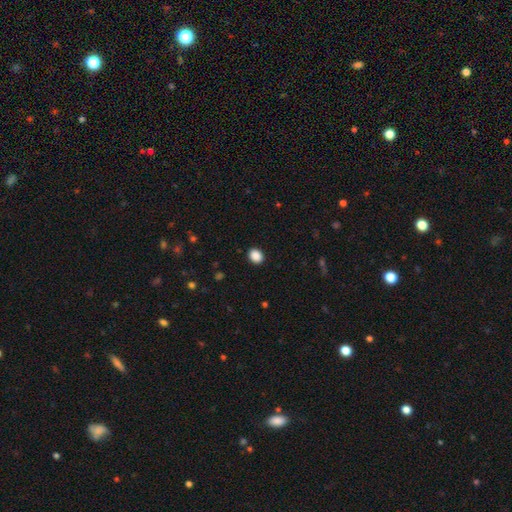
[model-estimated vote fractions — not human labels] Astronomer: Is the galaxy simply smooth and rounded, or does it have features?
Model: smooth — 89%.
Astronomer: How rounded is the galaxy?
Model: round — 51% (runner-up: in between, 49%).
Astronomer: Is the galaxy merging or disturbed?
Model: none — 91%.